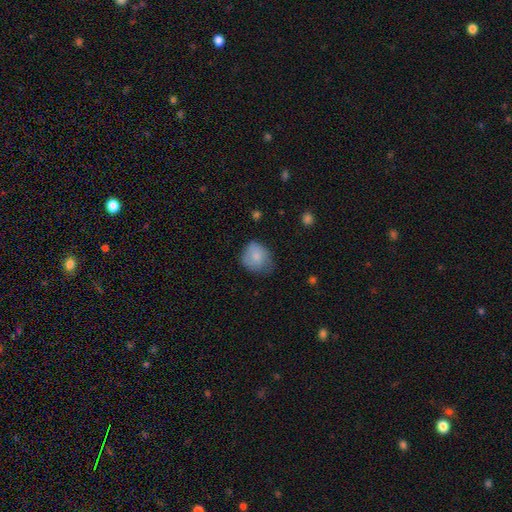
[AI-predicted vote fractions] A smooth galaxy with no disk features (80%) that is round (64%).

Vote fractions:
- Smooth or featured? smooth: 80% / featured or disk: 13% / star or artifact: 7%
- How rounded? round: 64% / in between: 35% / cigar-shaped: 1%
- Merging? none: 48% / minor disturbance: 38% / major disturbance: 13% / merger: 2%